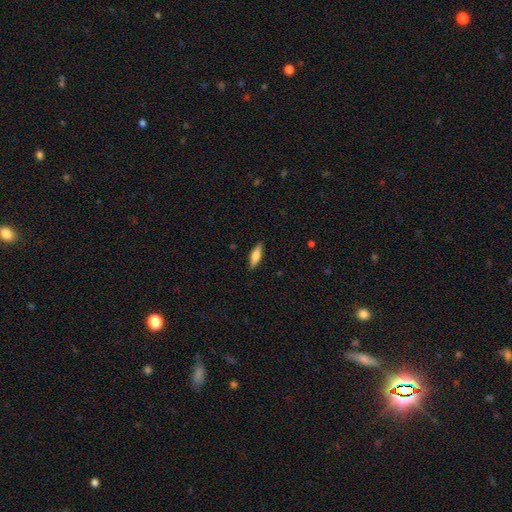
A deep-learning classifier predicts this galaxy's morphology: This is likely a smooth galaxy (63%). How rounded: possibly cigar-shaped (54%). Merging: clearly none (87%).